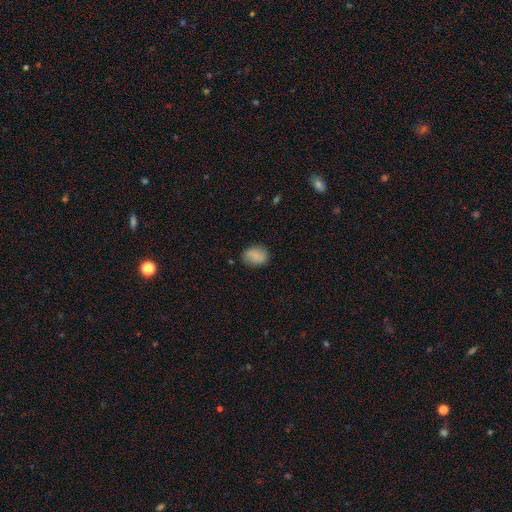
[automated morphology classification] Overall: smooth (83%). How rounded: in between (70%). Merging: none (78%).